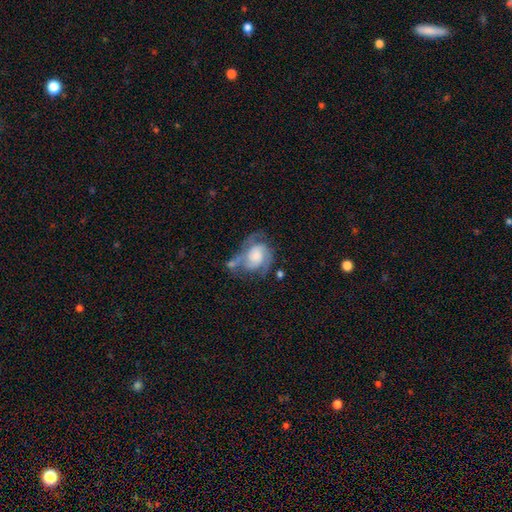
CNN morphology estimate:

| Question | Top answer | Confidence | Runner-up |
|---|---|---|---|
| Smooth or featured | featured or disk | 72% | smooth (21%) |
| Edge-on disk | no | 97% | yes (3%) |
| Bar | no | 68% | weak (26%) |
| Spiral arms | yes | 89% | no (11%) |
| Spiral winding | medium | 45% | tight (37%) |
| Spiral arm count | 2 | 62% | can't tell (16%) |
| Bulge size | large | 32% | moderate (28%) |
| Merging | none | 39% | minor disturbance (26%) |